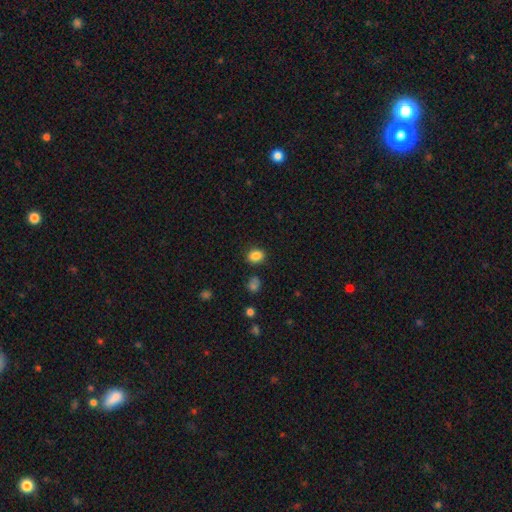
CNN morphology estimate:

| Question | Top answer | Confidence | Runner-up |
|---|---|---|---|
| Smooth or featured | smooth | 85% | star or artifact (10%) |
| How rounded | in between | 55% | round (44%) |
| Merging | none | 83% | minor disturbance (11%) |